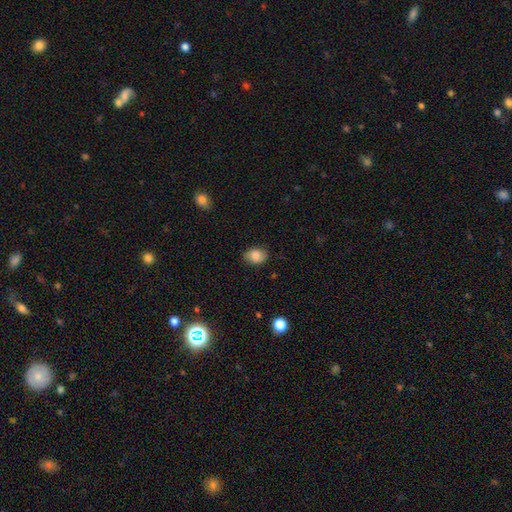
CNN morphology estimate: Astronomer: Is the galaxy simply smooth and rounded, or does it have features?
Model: smooth — 83%.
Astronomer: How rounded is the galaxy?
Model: in between — 62% (runner-up: round, 37%).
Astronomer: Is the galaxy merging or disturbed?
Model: none — 77%.